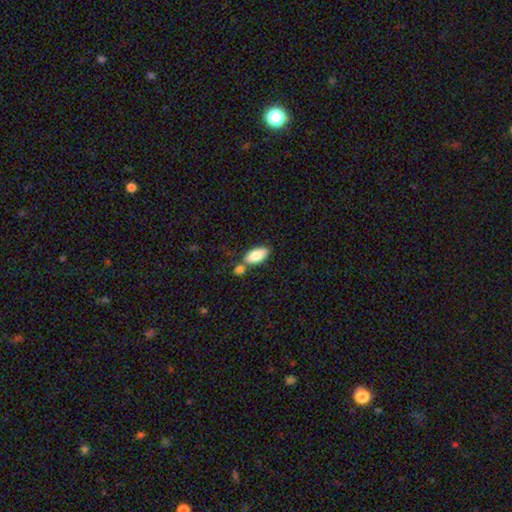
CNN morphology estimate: Smooth or featured? Predicted: smooth (p=0.83). How rounded? Predicted: in between (p=0.91). Merging? Predicted: none (p=0.56).